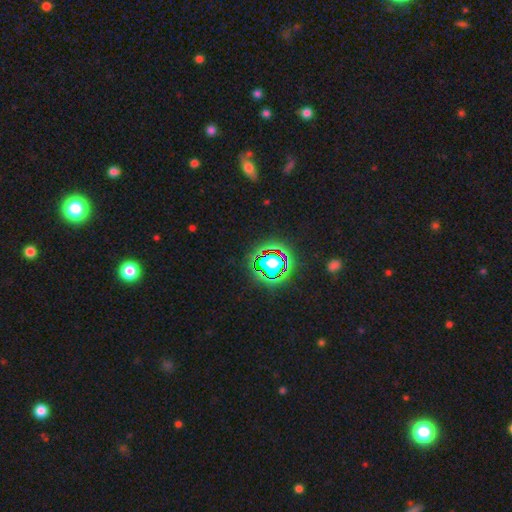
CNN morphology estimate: A star or artifact, not a galaxy (76%).